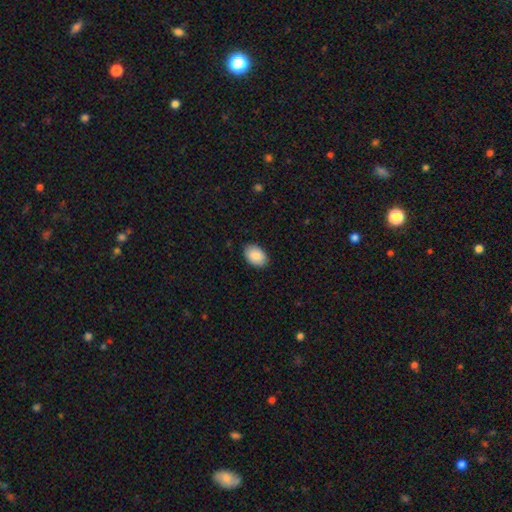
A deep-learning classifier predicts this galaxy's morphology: smooth 89%, star or artifact 7%, featured or disk 5%. Down the decision tree: how rounded — in between (87%); merging — none (88%).